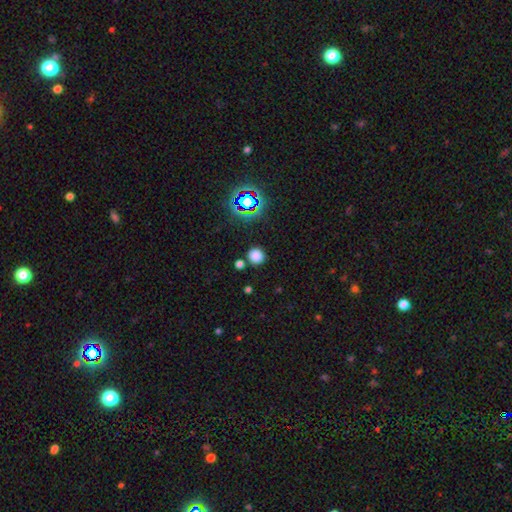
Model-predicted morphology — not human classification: smooth_or_featured: smooth (p=0.76) [alt: star or artifact p=0.20]
how_rounded: round (p=0.93) [alt: in between p=0.06]
merging: none (p=0.84) [alt: minor disturbance p=0.07]